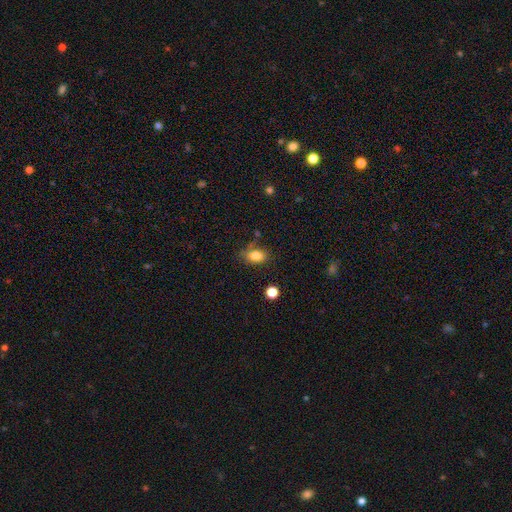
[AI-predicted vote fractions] A smooth galaxy with no disk features (83%) that is in between round and cigar-shaped (83%).

Vote fractions:
- Smooth or featured? smooth: 83% / star or artifact: 10% / featured or disk: 7%
- How rounded? in between: 83% / round: 15% / cigar-shaped: 2%
- Merging? none: 72% / minor disturbance: 18% / merger: 5% / major disturbance: 5%